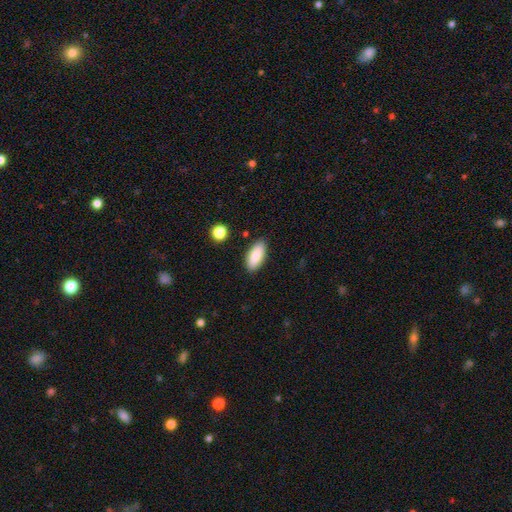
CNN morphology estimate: A smooth galaxy with no disk features (86%) that is in between round and cigar-shaped (85%). Merging: none (87%).